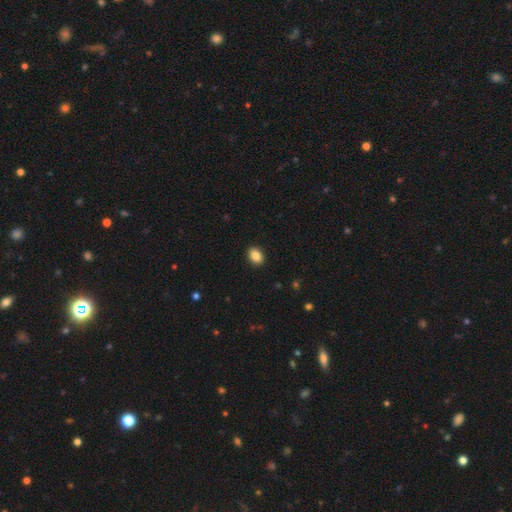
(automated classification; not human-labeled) Smooth or featured? smooth (87%)
How rounded? in between (73%)
Merging? none (91%)